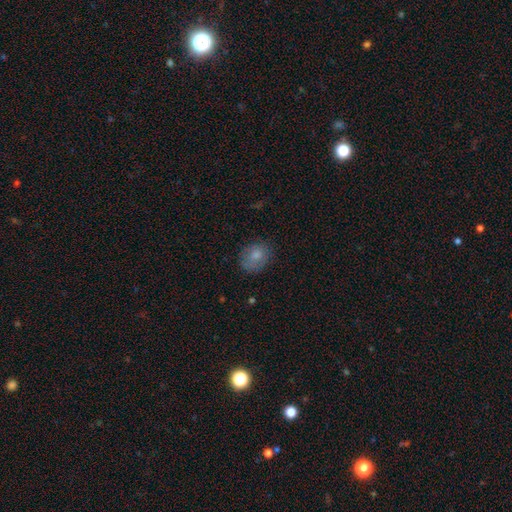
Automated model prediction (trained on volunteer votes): Smooth or featured: smooth — 79% (featured or disk — 12%)
How rounded: round — 54% (in between — 45%)
Merging: none — 73% (minor disturbance — 19%)